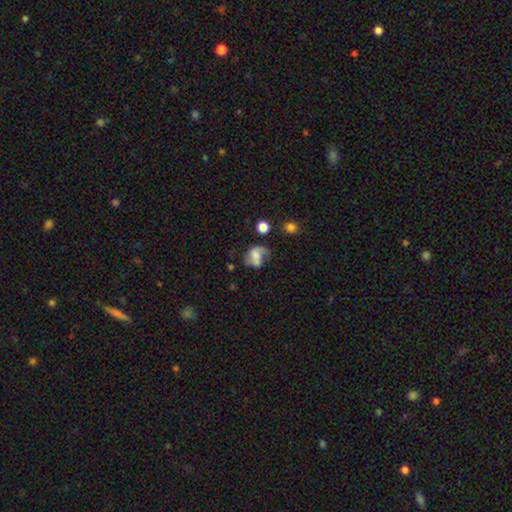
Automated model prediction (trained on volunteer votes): featured or disk 45% (tied), smooth 45% (tied), star or artifact 11%. Down the decision tree: merging — none (36%).